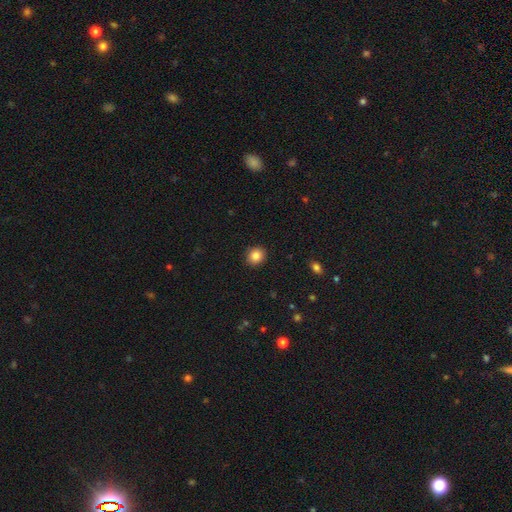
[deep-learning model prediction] Morphology: type=smooth (85%); roundness=round (78%); merging=none (91%).